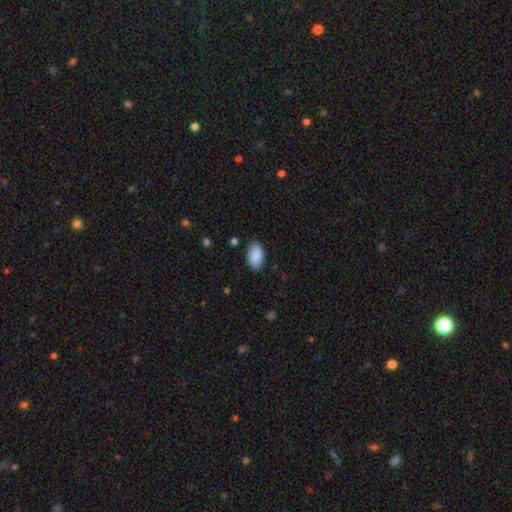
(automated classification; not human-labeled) Overall: smooth (89%). How rounded: in between (94%). Merging: none (78%).